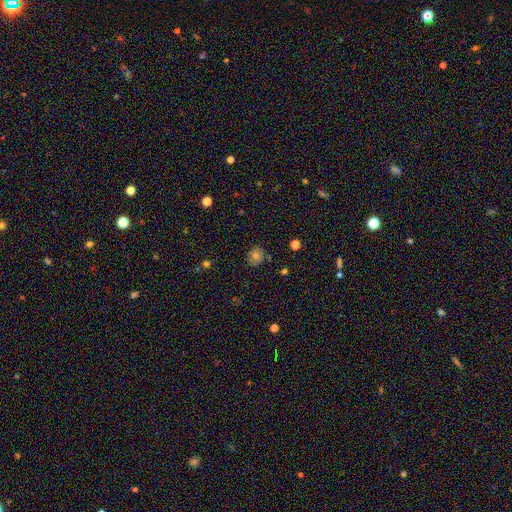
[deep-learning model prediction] Morphology: type=smooth (67%); roundness=round (74%); merging=none (78%).